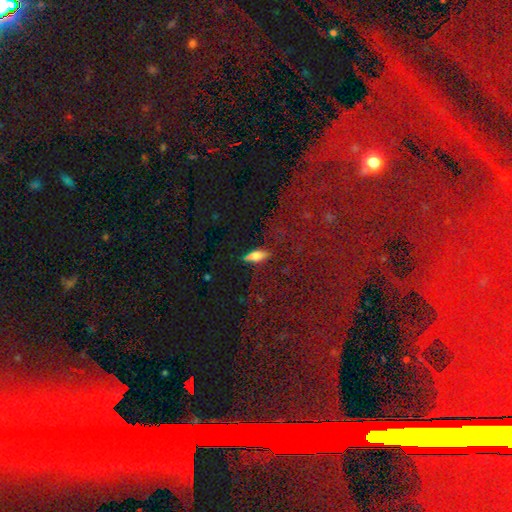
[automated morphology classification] smooth-or-featured: smooth: 64% | featured or disk: 25% | star or artifact: 12%
  how-rounded: in between: 62% | cigar-shaped: 33% | round: 4%
  merging: none: 76% | minor disturbance: 16% | major disturbance: 5% | merger: 3%